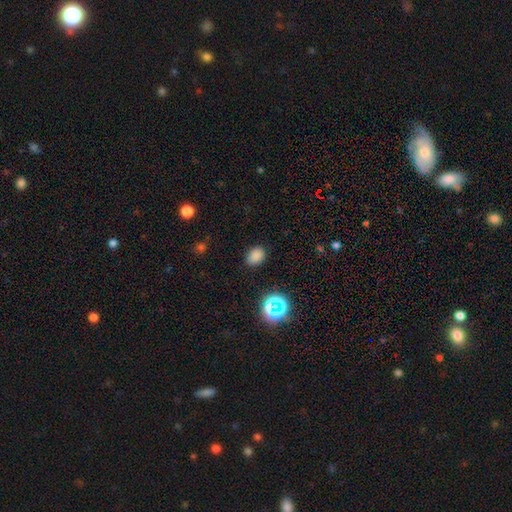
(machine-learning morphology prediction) Smooth or featured: smooth — 79% (star or artifact — 17%)
How rounded: in between — 65% (round — 34%)
Merging: none — 84% (minor disturbance — 11%)